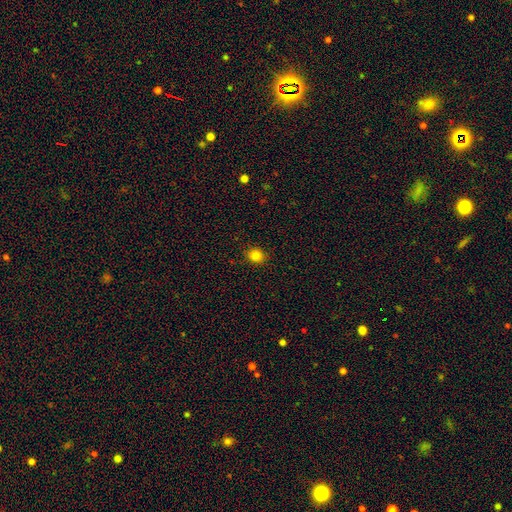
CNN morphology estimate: Smooth or featured: smooth — 83% (star or artifact — 13%)
How rounded: round — 80% (in between — 19%)
Merging: none — 90% (minor disturbance — 7%)